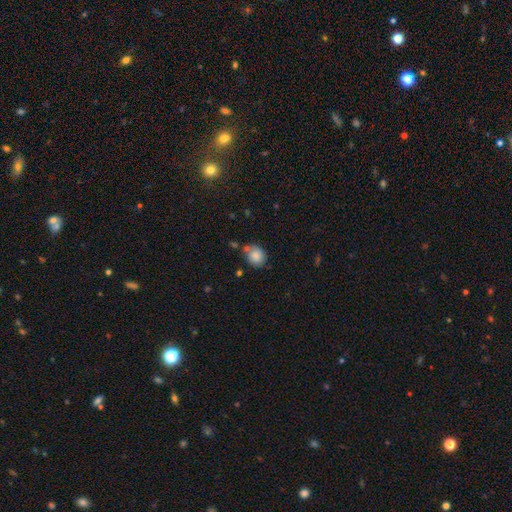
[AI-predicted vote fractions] A smooth galaxy with no disk features (85%) that is round (76%).

Vote fractions:
- Smooth or featured? smooth: 85% / star or artifact: 9% / featured or disk: 7%
- How rounded? round: 76% / in between: 23% / cigar-shaped: 1%
- Merging? none: 66% / minor disturbance: 18% / merger: 12% / major disturbance: 4%